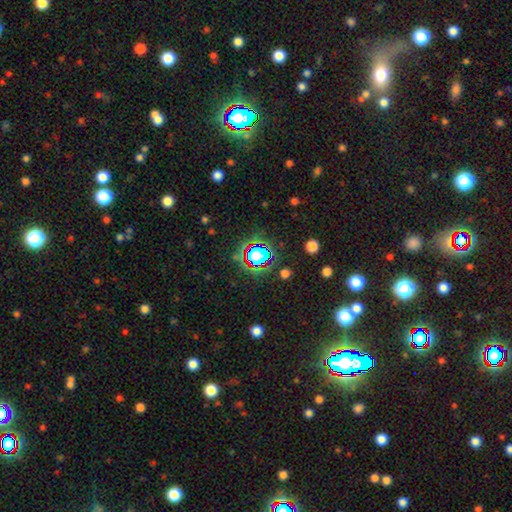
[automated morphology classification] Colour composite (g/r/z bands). It shows a star or artifact, not a galaxy (59%).